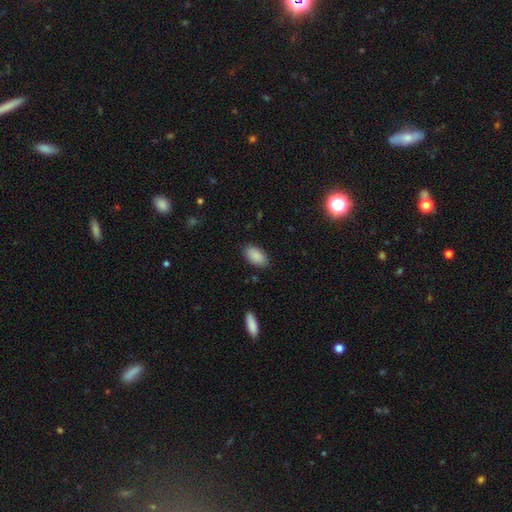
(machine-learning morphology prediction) smooth_or_featured: smooth (p=0.89) [alt: star or artifact p=0.07]
how_rounded: in between (p=0.94) [alt: round p=0.03]
merging: none (p=0.86) [alt: minor disturbance p=0.10]